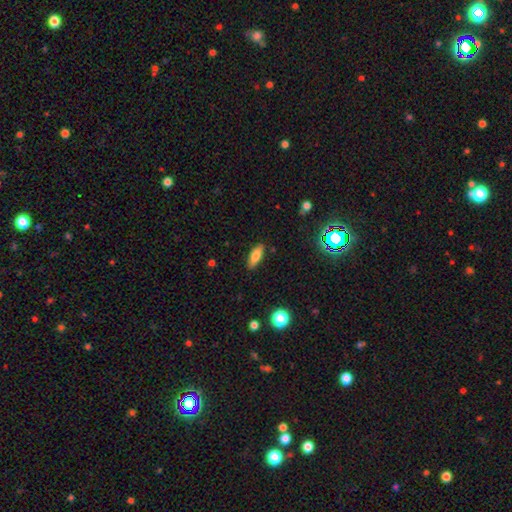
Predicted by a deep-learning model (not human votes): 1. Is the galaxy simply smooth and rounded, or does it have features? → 74% smooth, 16% featured or disk, 9% star or artifact.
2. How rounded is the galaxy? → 64% in between, 33% cigar-shaped, 3% round.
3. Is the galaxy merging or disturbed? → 87% none, 10% minor disturbance, 2% major disturbance, 1% merger.